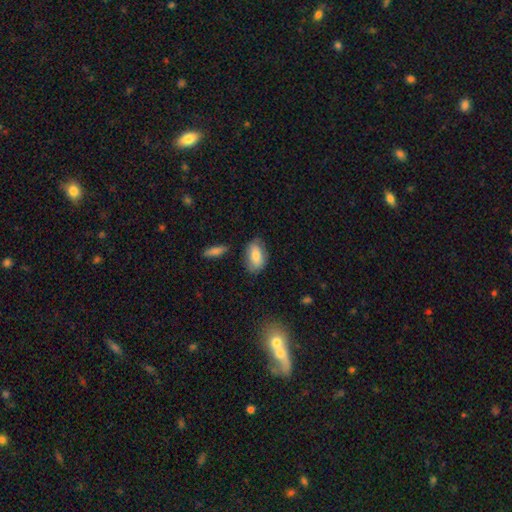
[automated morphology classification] This is clearly a smooth galaxy (80%). How rounded: clearly in between (91%). Merging: likely none (72%).